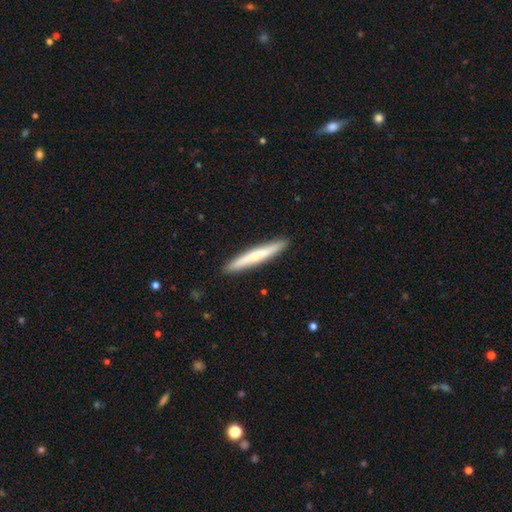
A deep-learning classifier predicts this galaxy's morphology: This is possibly a smooth galaxy (55%). How rounded: clearly cigar-shaped (96%). Merging: clearly none (91%).